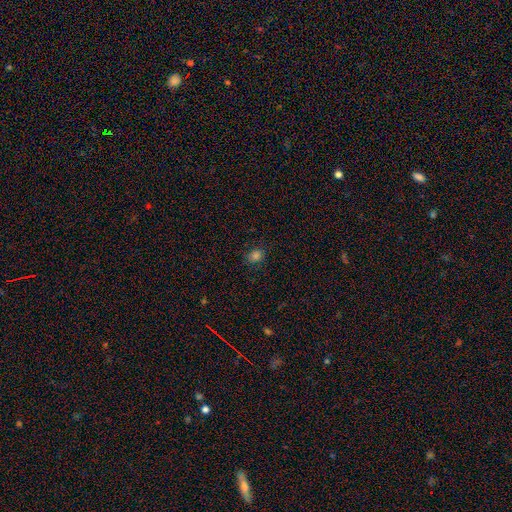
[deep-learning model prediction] Morphology: type=smooth (80%); roundness=round (60%); merging=none (85%).